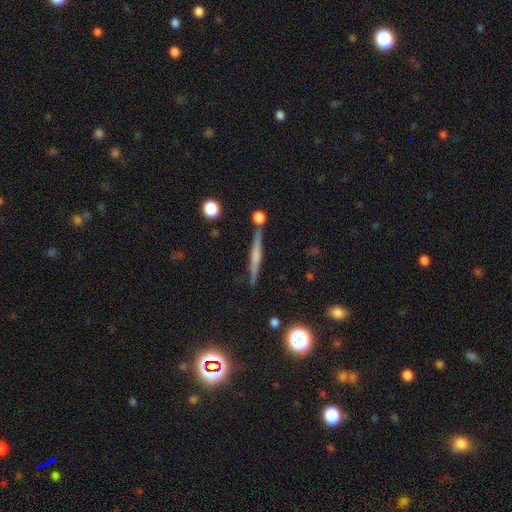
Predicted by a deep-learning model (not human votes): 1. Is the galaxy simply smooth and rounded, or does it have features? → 58% featured or disk, 34% smooth, 8% star or artifact.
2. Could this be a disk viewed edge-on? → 97% yes, 3% no.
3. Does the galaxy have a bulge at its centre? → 40% rounded, 36% none, 23% boxy.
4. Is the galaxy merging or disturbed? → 82% none, 10% minor disturbance, 6% merger, 2% major disturbance.